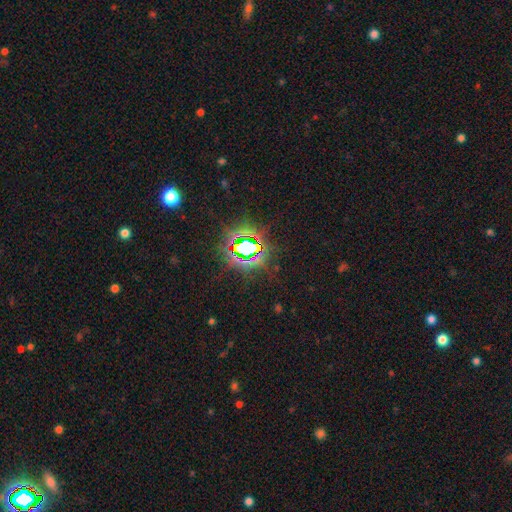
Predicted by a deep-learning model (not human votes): A star or artifact, not a galaxy (82%).